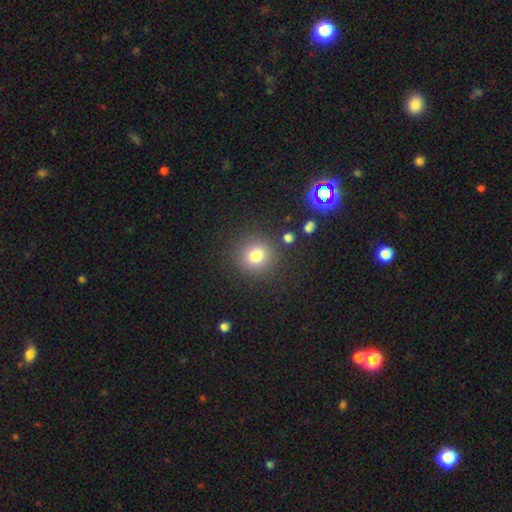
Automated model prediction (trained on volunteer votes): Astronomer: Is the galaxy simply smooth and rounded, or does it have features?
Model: smooth — 80%.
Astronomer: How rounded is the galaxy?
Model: round — 90%.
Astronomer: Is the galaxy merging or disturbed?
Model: none — 86%.